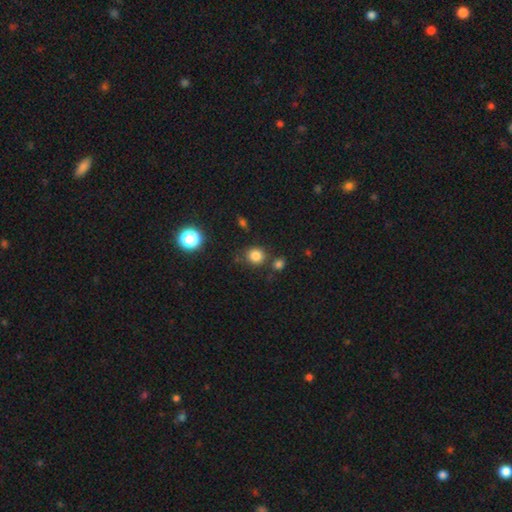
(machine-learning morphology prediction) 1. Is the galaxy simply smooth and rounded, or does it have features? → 82% smooth, 14% star or artifact, 5% featured or disk.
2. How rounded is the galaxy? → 84% round, 15% in between, 1% cigar-shaped.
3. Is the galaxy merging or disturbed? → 77% none, 11% minor disturbance, 8% merger, 4% major disturbance.